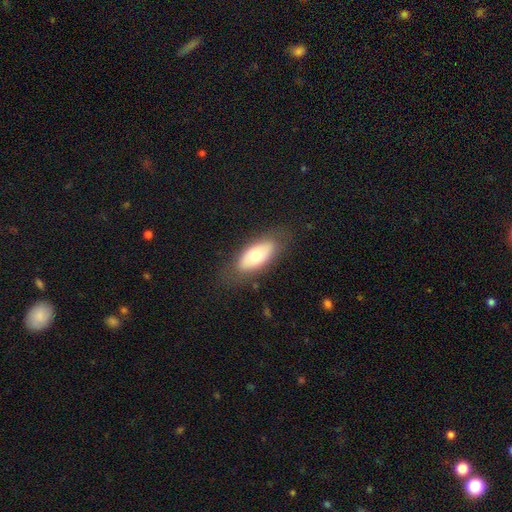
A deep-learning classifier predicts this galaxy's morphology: smooth_or_featured: smooth (p=0.65) [alt: featured or disk p=0.28]
how_rounded: in between (p=0.87) [alt: cigar-shaped p=0.10]
merging: none (p=0.78) [alt: minor disturbance p=0.15]